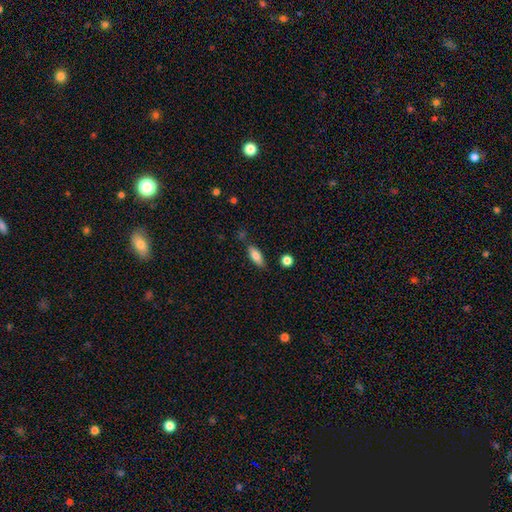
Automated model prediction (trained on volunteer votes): Overall: smooth (81%). How rounded: in between (74%). Merging: none (76%).